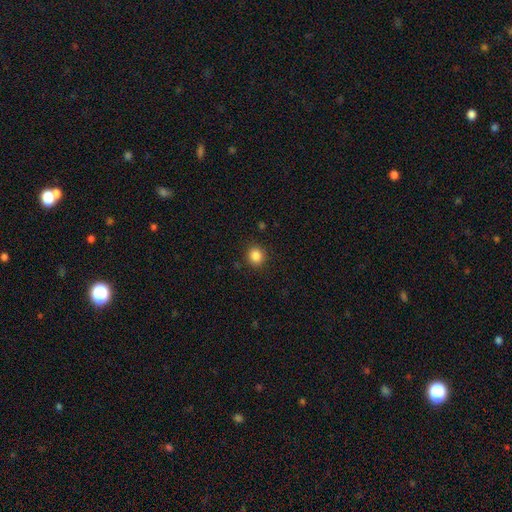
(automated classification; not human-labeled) Smooth or featured? smooth (85%)
How rounded? round (87%)
Merging? none (89%)